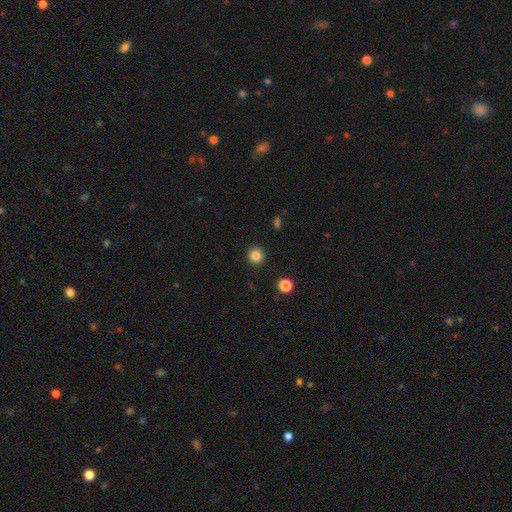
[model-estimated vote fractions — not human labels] smooth-or-featured: smooth: 85% | star or artifact: 11% | featured or disk: 4%
  how-rounded: round: 93% | in between: 6% | cigar-shaped: 1%
  merging: none: 92% | minor disturbance: 5% | major disturbance: 2% | merger: 1%